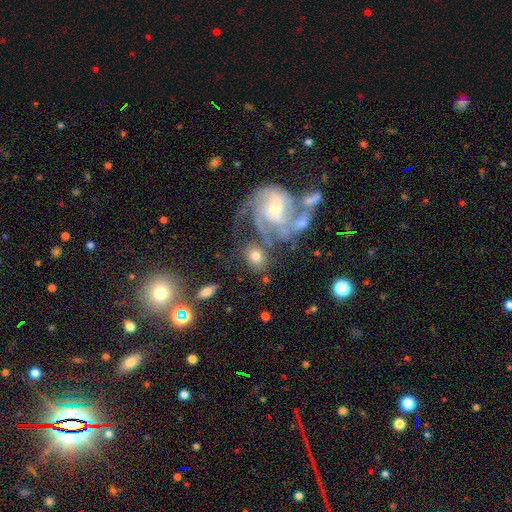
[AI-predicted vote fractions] Smooth or featured?
  - smooth: 47% *
  - featured or disk: 45%
  - star or artifact: 8%
Merging?
  - none: 53% *
  - merger: 20%
  - minor disturbance: 16%
  - major disturbance: 11%